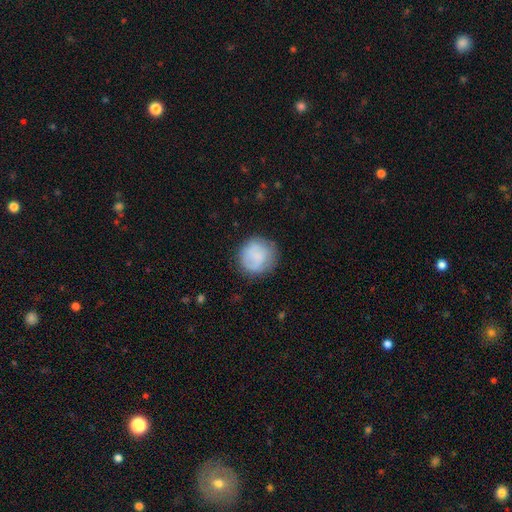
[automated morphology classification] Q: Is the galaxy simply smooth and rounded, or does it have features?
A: smooth — 72%.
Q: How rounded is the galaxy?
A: round — 92%.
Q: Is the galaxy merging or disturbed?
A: none — 74%.